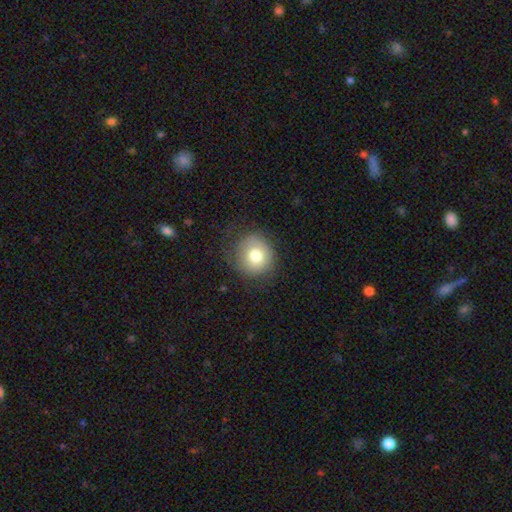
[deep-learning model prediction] Smooth or featured?
  - smooth: 76% *
  - featured or disk: 15%
  - star or artifact: 10%
How rounded?
  - round: 85% *
  - in between: 14%
  - cigar-shaped: 1%
Merging?
  - none: 76% *
  - minor disturbance: 16%
  - major disturbance: 7%
  - merger: 1%